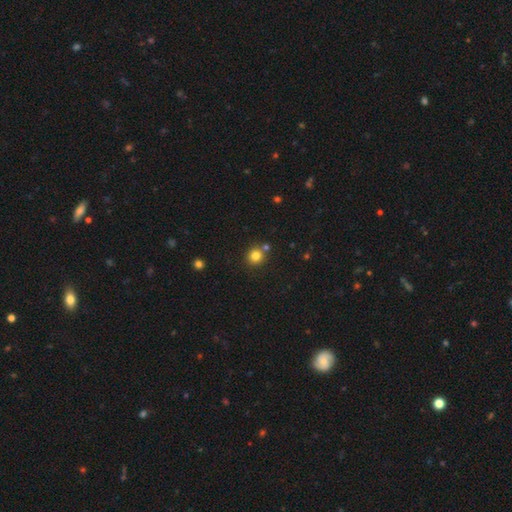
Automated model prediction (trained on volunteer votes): Smooth or featured? smooth (81%)
How rounded? round (90%)
Merging? none (75%)